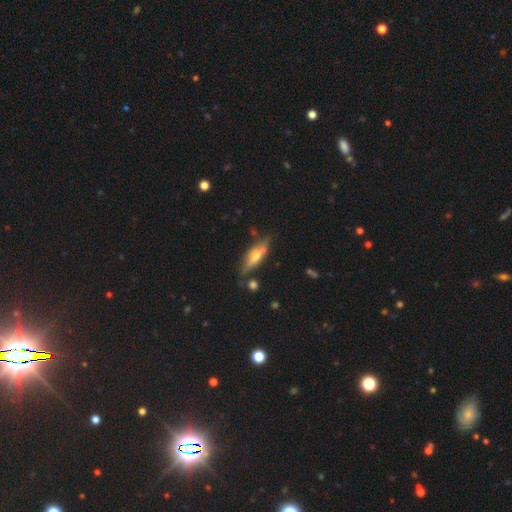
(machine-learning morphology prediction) This is likely a featured or disk galaxy (60%). It is clearly viewed edge-on (88%). Edge-on bulge: clearly rounded (85%). Merging: likely none (72%).